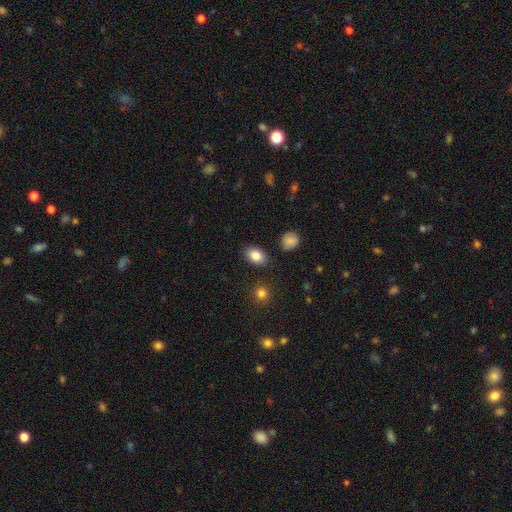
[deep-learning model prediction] Smooth or featured? Predicted: smooth (p=0.84). How rounded? Predicted: in between (p=0.84). Merging? Predicted: none (p=0.86).